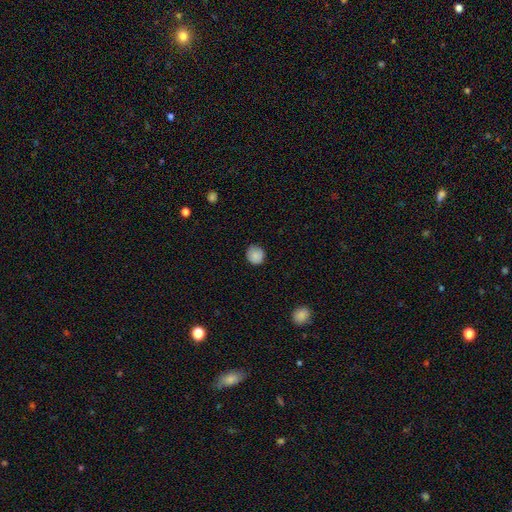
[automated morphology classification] This appears to be a smooth galaxy with no disk features (86%) that is round (88%). Merging: none (84%).